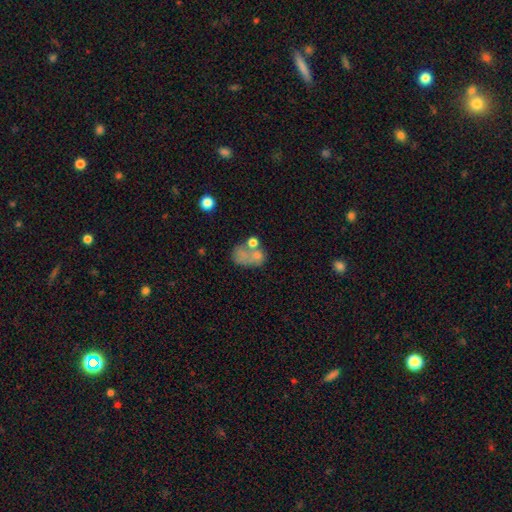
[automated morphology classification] This is possibly a smooth galaxy (55%). How rounded: likely in between (64%). Merging: marginally merger (35%).